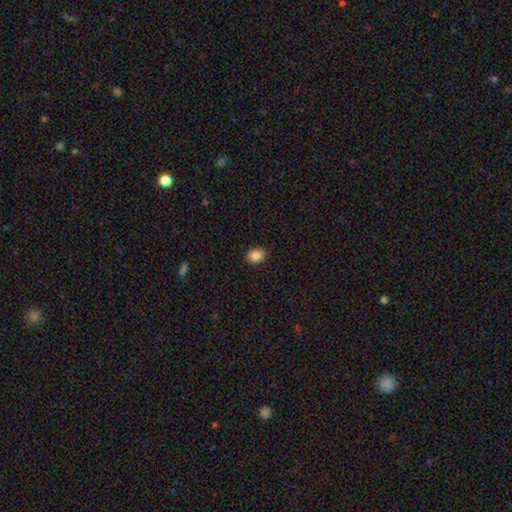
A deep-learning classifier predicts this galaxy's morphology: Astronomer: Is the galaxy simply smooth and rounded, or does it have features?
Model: smooth — 86%.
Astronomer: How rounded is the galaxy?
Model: in between — 64%.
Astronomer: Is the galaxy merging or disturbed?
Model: none — 89%.